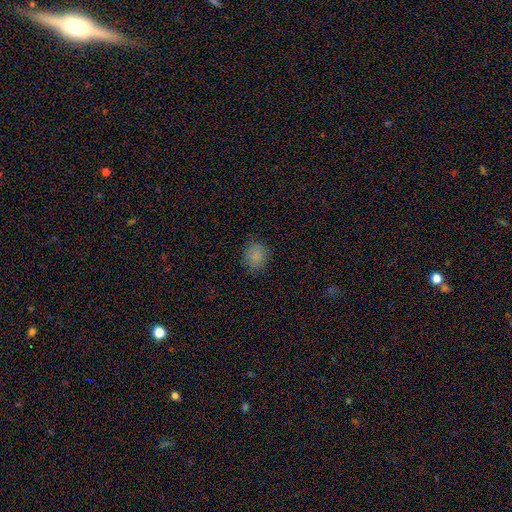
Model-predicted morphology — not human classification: The model was most divided on "how rounded": round: 68%, in between: 31%, cigar-shaped: 1%. More confident: merging — none (85%); smooth or featured — smooth (84%).